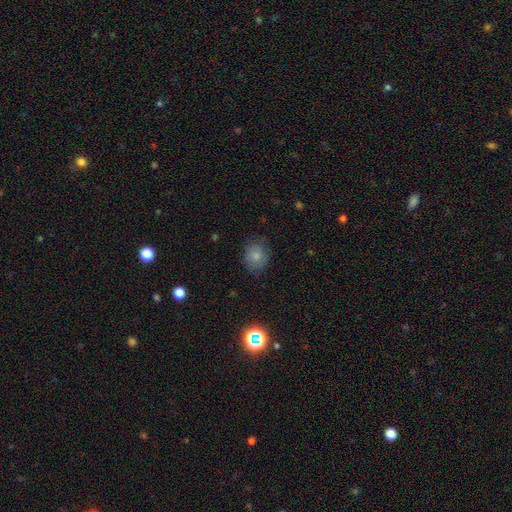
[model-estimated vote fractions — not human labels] Morphology: type=smooth (82%); roundness=round (60%); merging=none (78%).